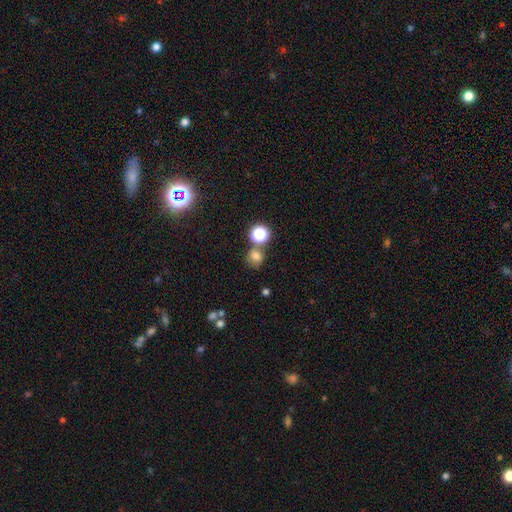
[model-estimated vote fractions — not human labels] Smooth or featured? Predicted: smooth (p=0.71). How rounded? Predicted: round (p=0.77). Merging? Predicted: none (p=0.60).